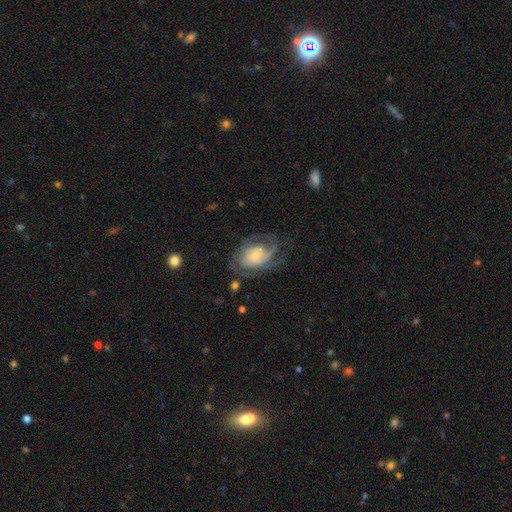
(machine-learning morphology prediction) The model was most divided on "spiral winding": tight: 43%, medium: 38%, loose: 19%. Remaining: edge-on disk — no (96%); spiral arms — yes (81%); bar — no (74%); smooth or featured — featured or disk (69%); bulge size — small (55%); merging — none (51%); spiral arm count — can't tell (38%).